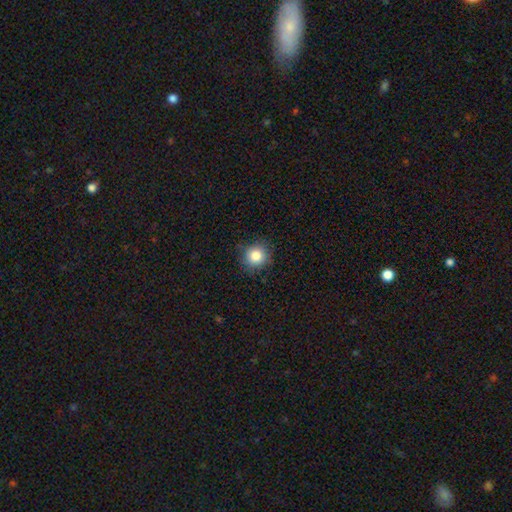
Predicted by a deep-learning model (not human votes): Smooth or featured? Predicted: smooth (p=0.84). How rounded? Predicted: round (p=0.90). Merging? Predicted: none (p=0.86).